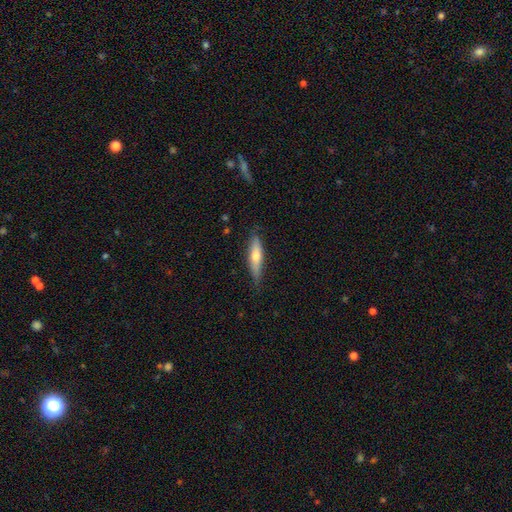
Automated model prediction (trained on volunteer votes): Smooth or featured? smooth (55%)
How rounded? cigar-shaped (76%)
Merging? none (83%)